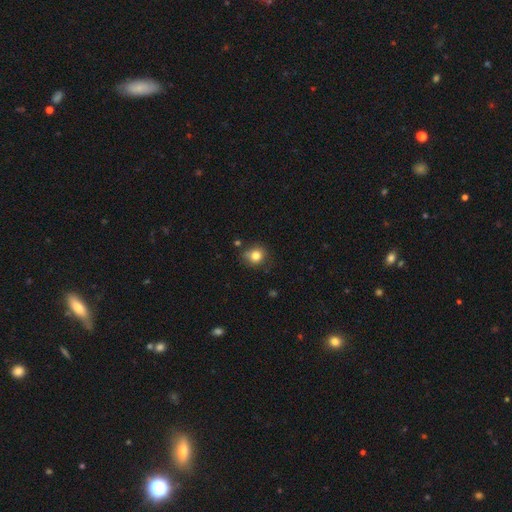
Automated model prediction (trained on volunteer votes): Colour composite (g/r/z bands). It shows a smooth galaxy with no disk features (81%) that is round (78%). Merging: none (74%).